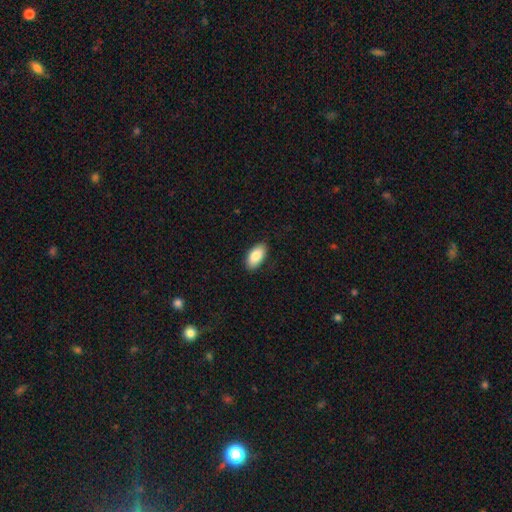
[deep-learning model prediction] smooth 86%, featured or disk 8%, star or artifact 6%. Down the decision tree: how rounded — in between (94%); merging — none (87%).